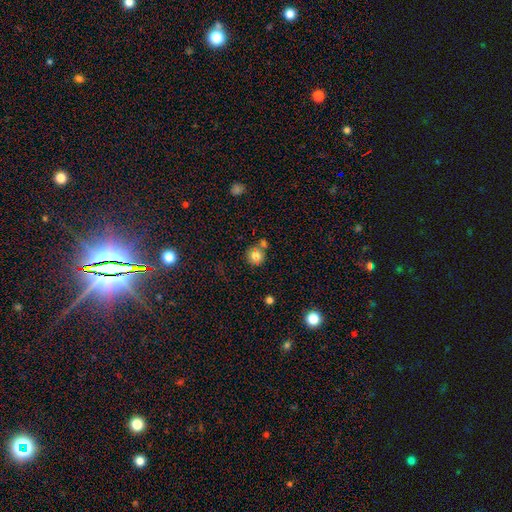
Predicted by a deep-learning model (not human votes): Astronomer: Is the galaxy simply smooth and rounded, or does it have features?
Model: smooth — 77%.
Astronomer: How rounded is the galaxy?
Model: round — 85%.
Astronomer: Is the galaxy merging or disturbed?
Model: none — 58%.